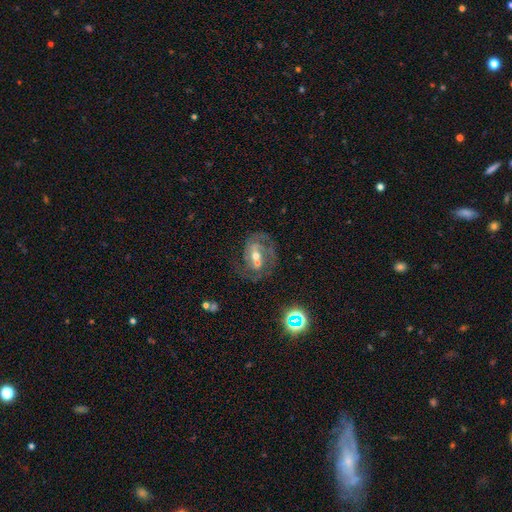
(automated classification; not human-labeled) featured or disk 73%, smooth 17%, star or artifact 10%. Down the decision tree: edge-on disk — no (96%); bar — no (43%); spiral arms — yes (80%); spiral arm count — 2 (59%); spiral winding — medium (48%); bulge size — moderate (63%); merging — none (39%).